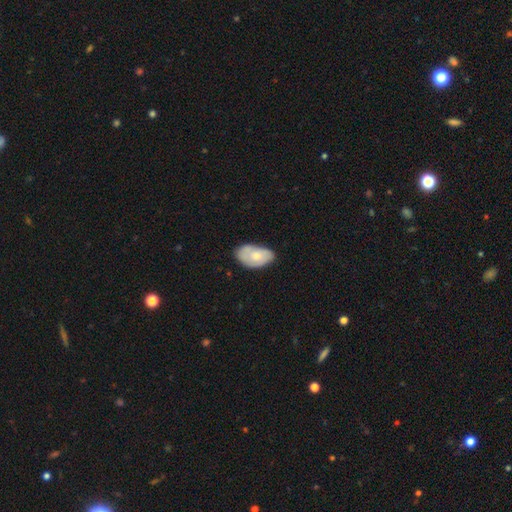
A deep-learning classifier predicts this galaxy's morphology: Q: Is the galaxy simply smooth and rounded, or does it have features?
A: smooth — 65%.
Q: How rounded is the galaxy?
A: in between — 94%.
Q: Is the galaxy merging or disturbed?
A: none — 57%.